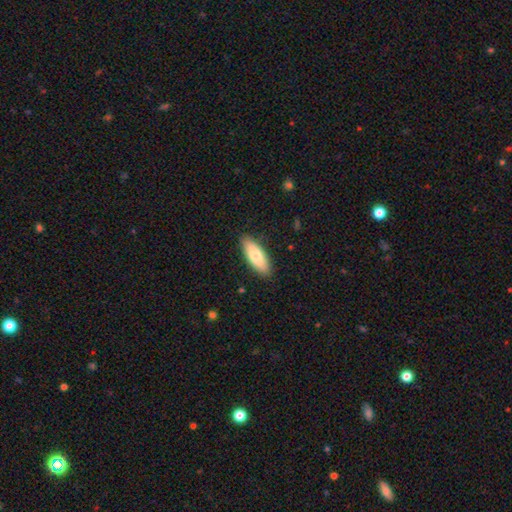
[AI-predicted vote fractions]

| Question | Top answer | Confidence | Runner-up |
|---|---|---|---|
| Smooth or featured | smooth | 77% | featured or disk (17%) |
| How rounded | in between | 69% | cigar-shaped (29%) |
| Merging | none | 88% | minor disturbance (9%) |